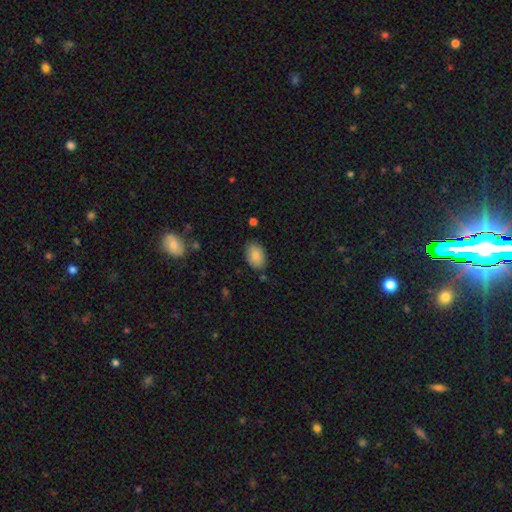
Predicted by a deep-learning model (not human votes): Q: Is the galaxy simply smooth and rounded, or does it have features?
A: smooth — 86%.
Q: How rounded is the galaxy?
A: in between — 90%.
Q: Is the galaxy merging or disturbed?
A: none — 84%.